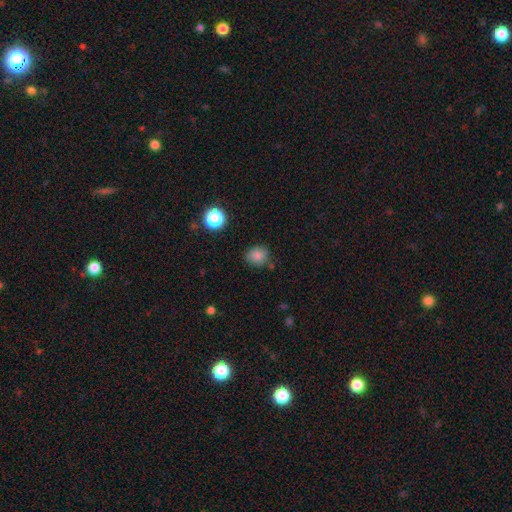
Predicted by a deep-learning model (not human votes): smooth 83%, star or artifact 12%, featured or disk 5%. Down the decision tree: how rounded — round (71%); merging — none (76%).